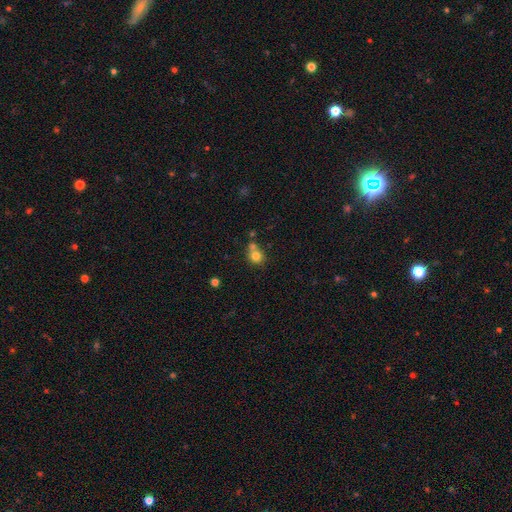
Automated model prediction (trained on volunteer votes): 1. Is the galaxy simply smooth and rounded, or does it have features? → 78% smooth, 12% star or artifact, 10% featured or disk.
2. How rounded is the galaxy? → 84% round, 15% in between, 1% cigar-shaped.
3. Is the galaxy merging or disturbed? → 47% none, 39% merger, 10% minor disturbance, 4% major disturbance.